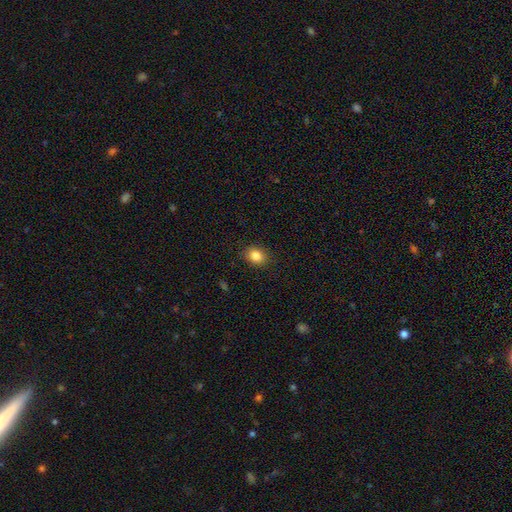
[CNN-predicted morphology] type=smooth (84%); roundness=in between (56%); merging=none (88%).